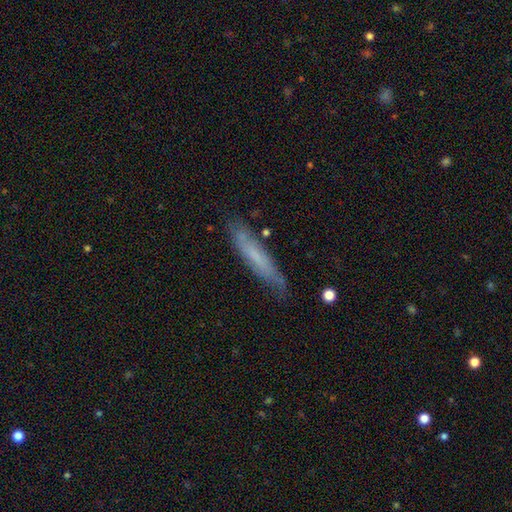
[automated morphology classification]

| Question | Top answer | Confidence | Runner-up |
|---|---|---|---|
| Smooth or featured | smooth | 53% | featured or disk (39%) |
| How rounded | cigar-shaped | 87% | in between (11%) |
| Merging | none | 72% | minor disturbance (21%) |